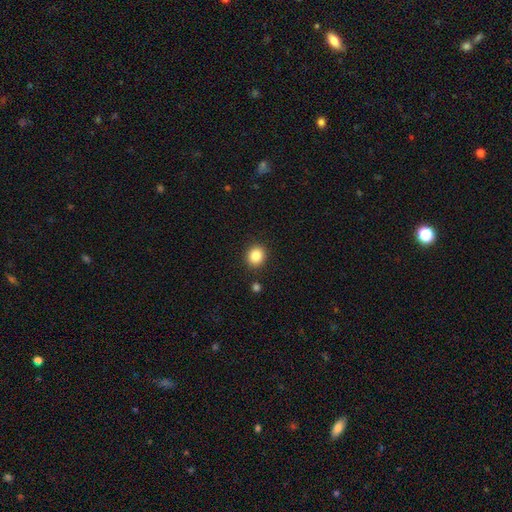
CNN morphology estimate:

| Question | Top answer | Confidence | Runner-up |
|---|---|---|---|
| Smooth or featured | smooth | 86% | star or artifact (10%) |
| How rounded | round | 79% | in between (20%) |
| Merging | none | 89% | minor disturbance (7%) |